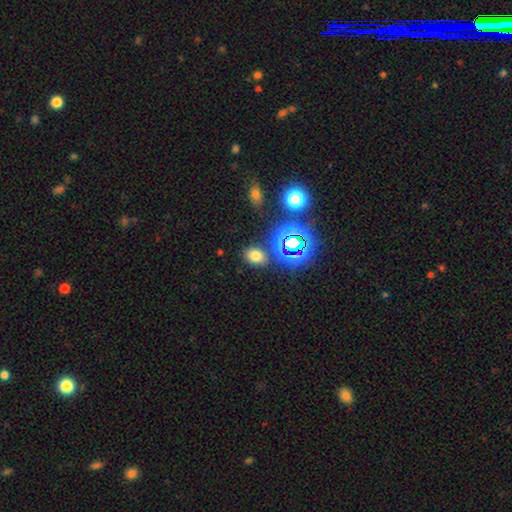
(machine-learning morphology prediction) A smooth galaxy with no disk features (66%) that is in between round and cigar-shaped (67%).

Vote fractions:
- Smooth or featured? smooth: 66% / star or artifact: 25% / featured or disk: 8%
- How rounded? in between: 67% / round: 32% / cigar-shaped: 1%
- Merging? none: 81% / minor disturbance: 10% / merger: 5% / major disturbance: 4%